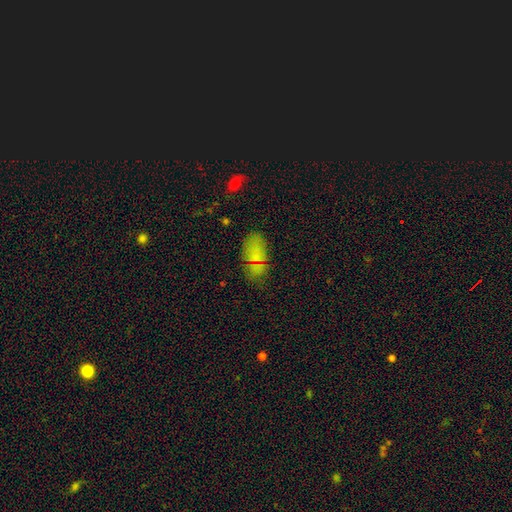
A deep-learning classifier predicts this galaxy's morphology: Smooth or featured? smooth (71%)
How rounded? in between (92%)
Merging? none (71%)